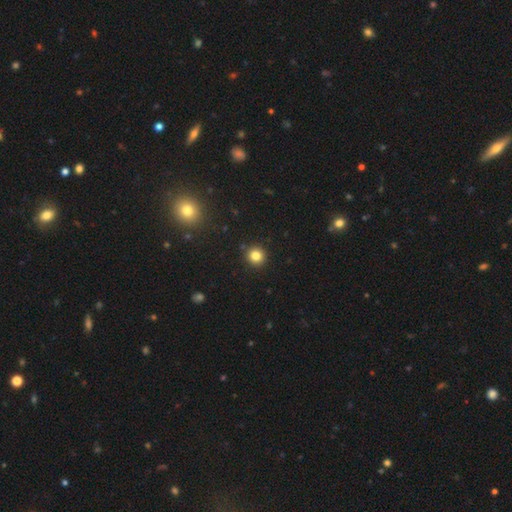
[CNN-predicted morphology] This appears to be a smooth galaxy with no disk features (82%) that is round (94%). Merging: none (92%).